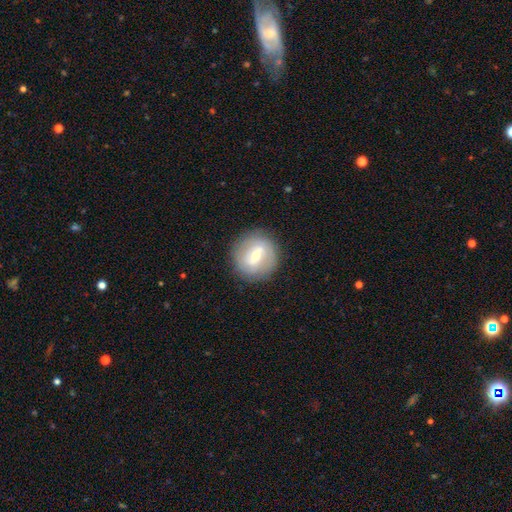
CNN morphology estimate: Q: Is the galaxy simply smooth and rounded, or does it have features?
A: featured or disk — 65%.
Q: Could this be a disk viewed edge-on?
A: no — 95%.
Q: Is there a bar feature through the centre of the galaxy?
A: weak — 51%.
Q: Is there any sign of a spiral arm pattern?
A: yes — 71%.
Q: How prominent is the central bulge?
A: moderate — 61%.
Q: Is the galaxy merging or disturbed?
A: none — 85%.